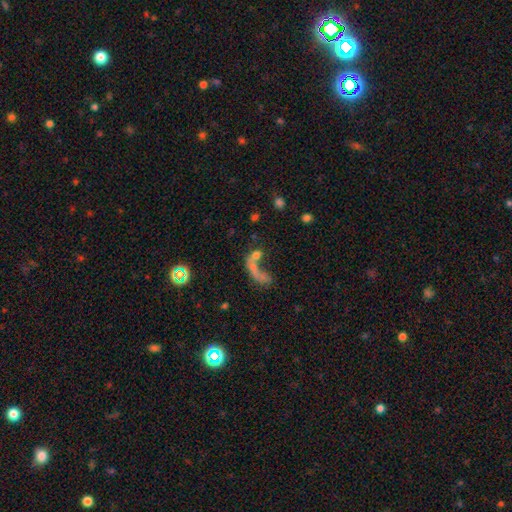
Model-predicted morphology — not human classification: A smooth galaxy with no disk features (51%) that is in between round and cigar-shaped (53%). Merging: merger (49%).